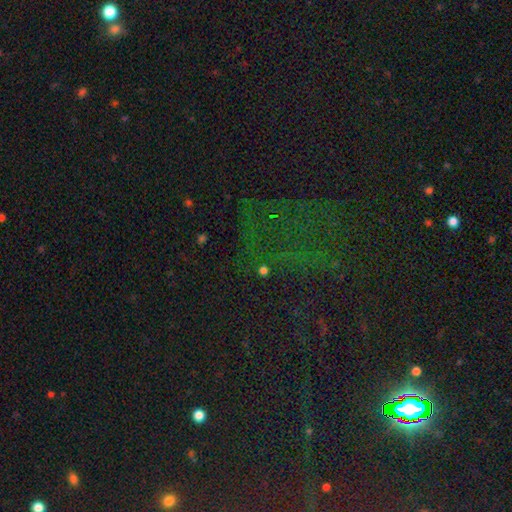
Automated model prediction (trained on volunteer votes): star or artifact 72%, smooth 16%, featured or disk 12%.